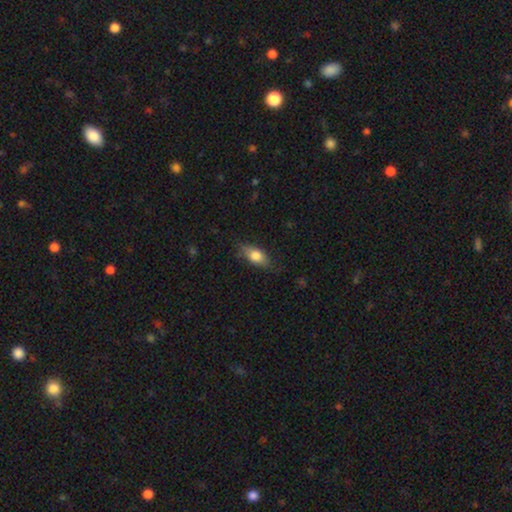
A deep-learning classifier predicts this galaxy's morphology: A smooth galaxy with no disk features (75%) that is in between round and cigar-shaped (83%). Merging: none (74%).